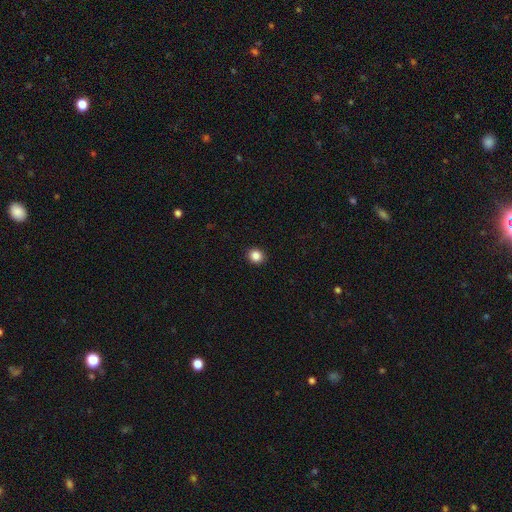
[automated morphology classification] type=smooth (86%); roundness=round (82%); merging=none (92%).